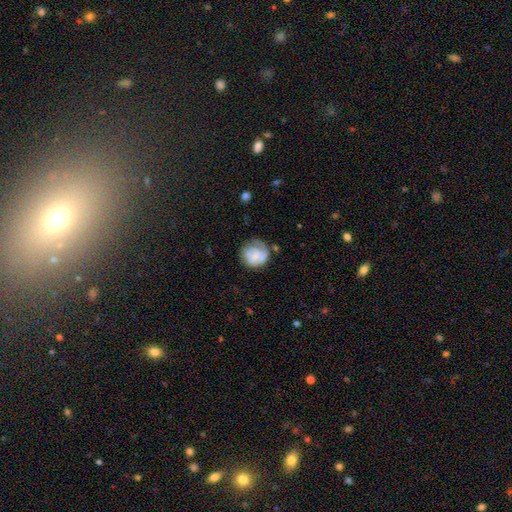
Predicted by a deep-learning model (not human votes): smooth 54%, featured or disk 38%, star or artifact 8%. Down the decision tree: how rounded — round (81%); merging — none (49%).